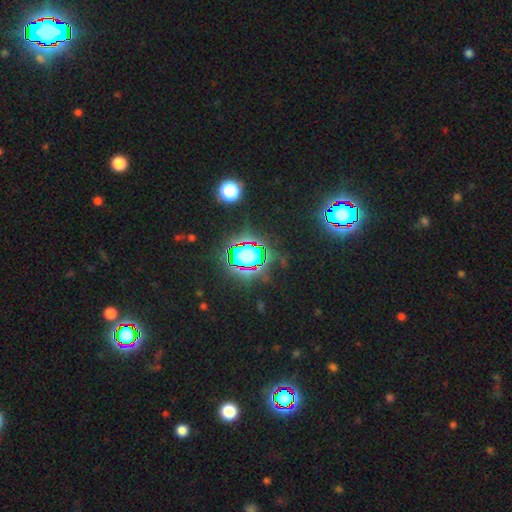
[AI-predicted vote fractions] A star or artifact, not a galaxy (81%).